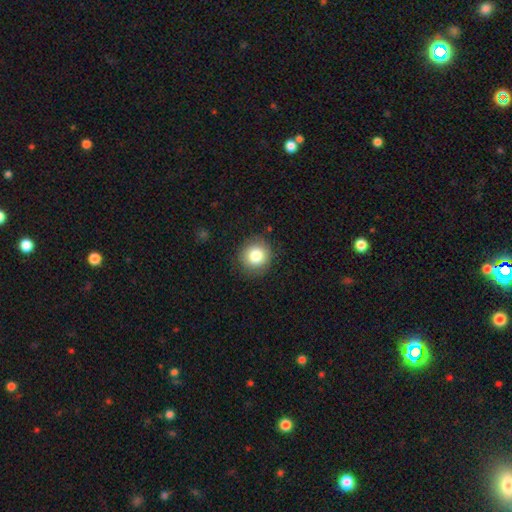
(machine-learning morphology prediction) smooth_or_featured: smooth (p=0.82) [alt: star or artifact p=0.10]
how_rounded: round (p=0.91) [alt: in between p=0.08]
merging: none (p=0.86) [alt: minor disturbance p=0.10]